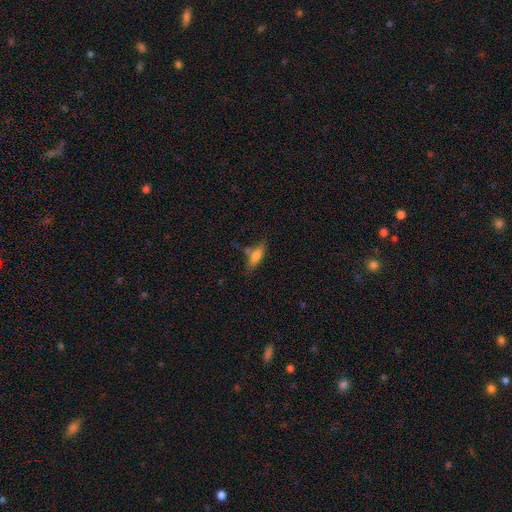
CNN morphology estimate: This appears to be a smooth galaxy with no disk features (68%) that is in between round and cigar-shaped (55%). Merging: none (60%).